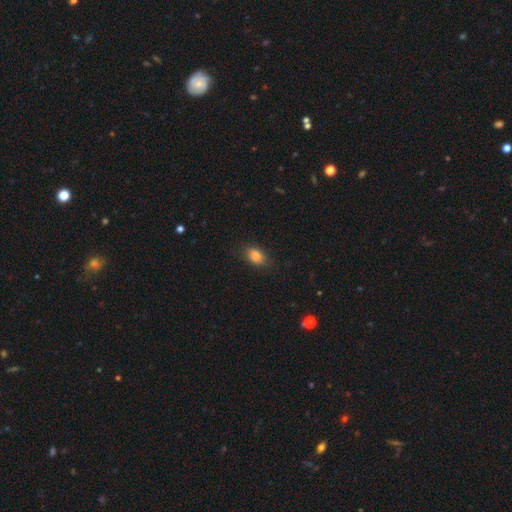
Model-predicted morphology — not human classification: smooth-or-featured: smooth: 84% | star or artifact: 9% | featured or disk: 6%
  how-rounded: in between: 78% | round: 20% | cigar-shaped: 2%
  merging: none: 80% | minor disturbance: 15% | major disturbance: 4% | merger: 1%